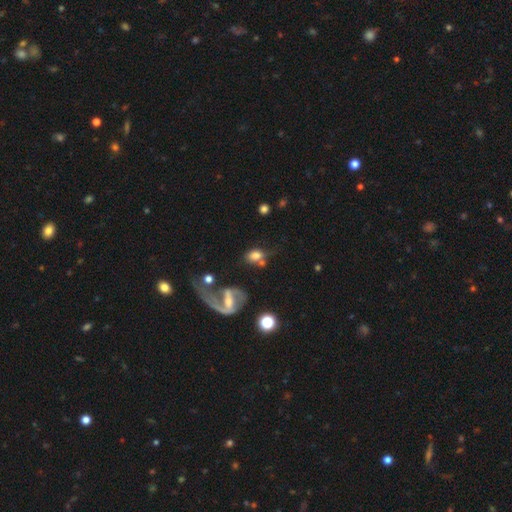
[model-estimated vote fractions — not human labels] Morphology: type=smooth (65%); roundness=in between (71%); merging=none (47%).